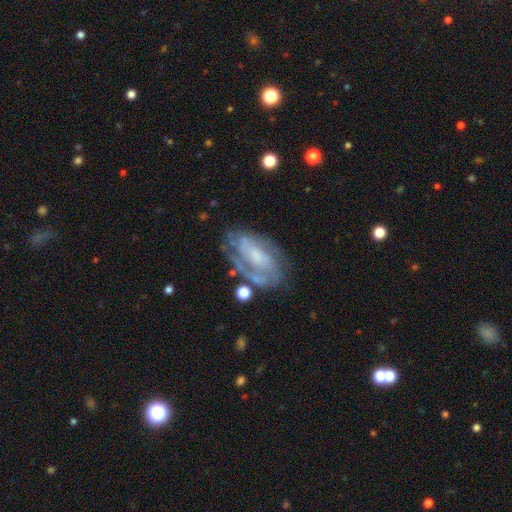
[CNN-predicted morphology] This is likely a featured or disk galaxy (77%). It is clearly not viewed edge-on (95%). Bar: possibly no (50%). Spiral arm pattern: clearly yes (87%). Spiral arm count: marginally 2 (39%). Spiral winding: possibly tight (55%). Central bulge: marginally small (37%). Merging: likely none (63%).